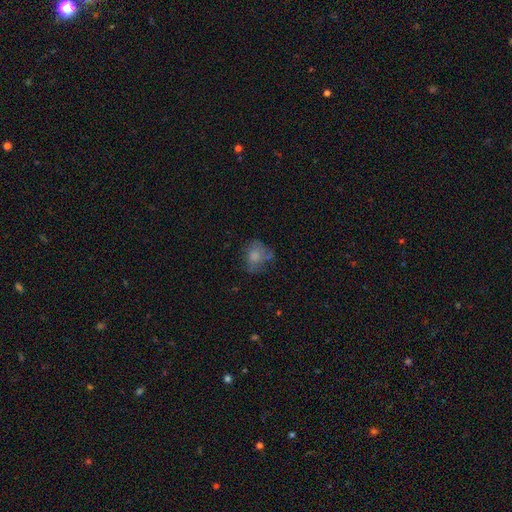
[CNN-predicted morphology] Q: Smooth or featured?
A: smooth (64%); runner-up: featured or disk (25%)
Q: How rounded?
A: round (60%); runner-up: in between (38%)
Q: Merging?
A: none (47%); runner-up: minor disturbance (27%)